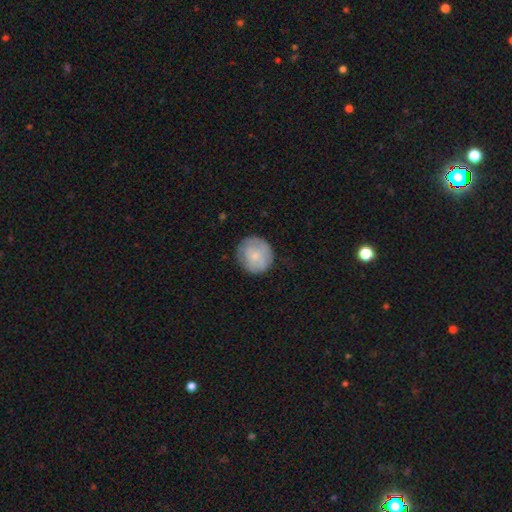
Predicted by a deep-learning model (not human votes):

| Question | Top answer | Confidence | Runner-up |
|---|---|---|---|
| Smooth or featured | smooth | 65% | featured or disk (28%) |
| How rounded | round | 91% | in between (8%) |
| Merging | none | 78% | minor disturbance (16%) |